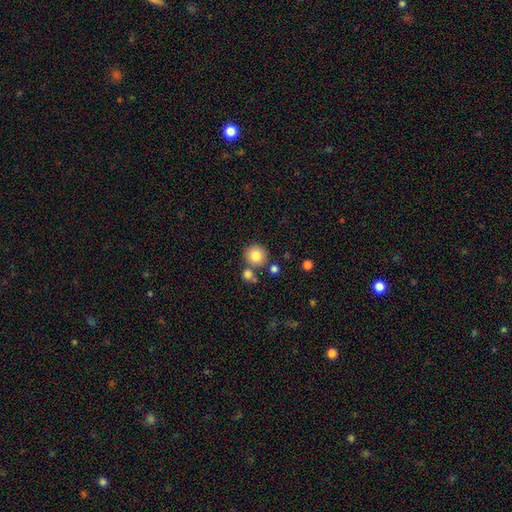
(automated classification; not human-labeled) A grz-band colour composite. It shows a smooth galaxy with no disk features (81%) that is round (91%). Merging: none (74%).